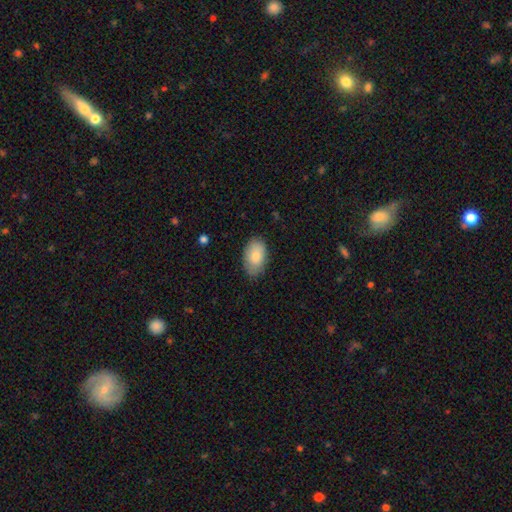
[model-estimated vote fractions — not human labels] smooth_or_featured: smooth (p=0.83) [alt: featured or disk p=0.11]
how_rounded: in between (p=0.93) [alt: round p=0.06]
merging: none (p=0.80) [alt: minor disturbance p=0.17]